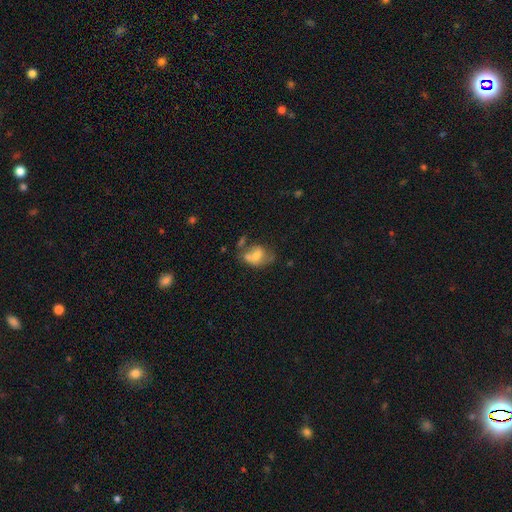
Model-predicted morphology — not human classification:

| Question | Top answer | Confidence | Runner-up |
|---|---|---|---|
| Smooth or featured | smooth | 57% | featured or disk (32%) |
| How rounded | in between | 70% | round (28%) |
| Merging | merger | 33% | none (29%) |